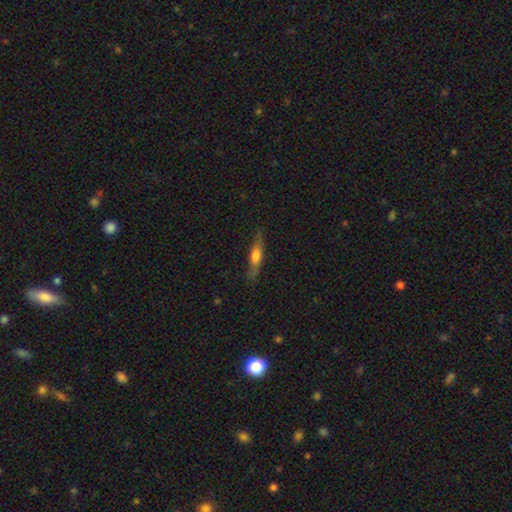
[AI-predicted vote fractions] Smooth or featured? smooth (52%)
How rounded? cigar-shaped (75%)
Merging? none (80%)